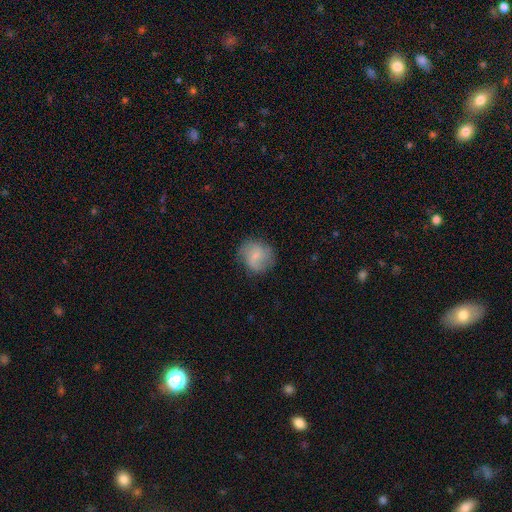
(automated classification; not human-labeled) A smooth galaxy with no disk features (59%) that is round (84%). Merging: none (73%).